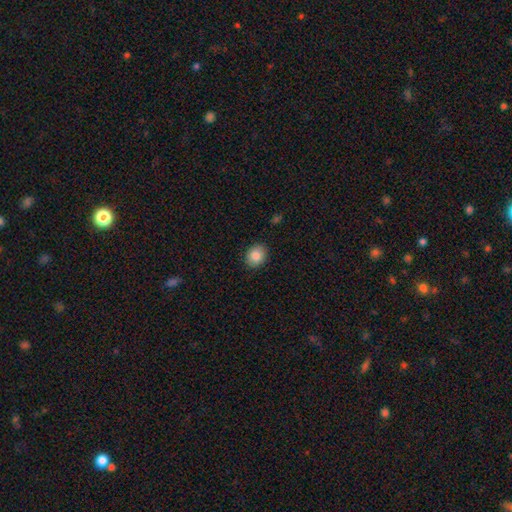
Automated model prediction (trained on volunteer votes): A smooth galaxy with no disk features (85%) that is round (51%). Merging: none (89%).